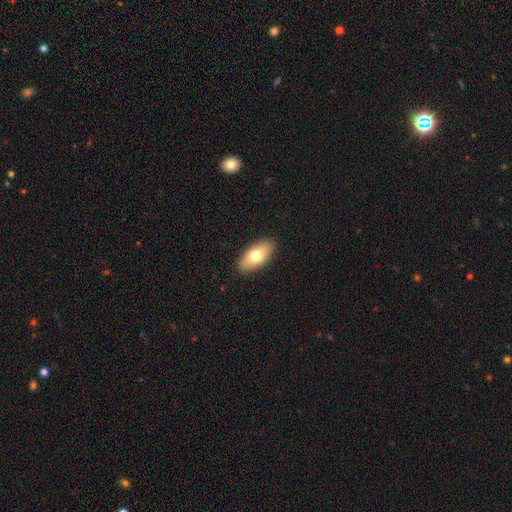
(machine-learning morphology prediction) The model was most divided on "smooth or featured": smooth: 72%, featured or disk: 22%, star or artifact: 7%. More confident: merging — none (89%); how rounded — in between (89%).